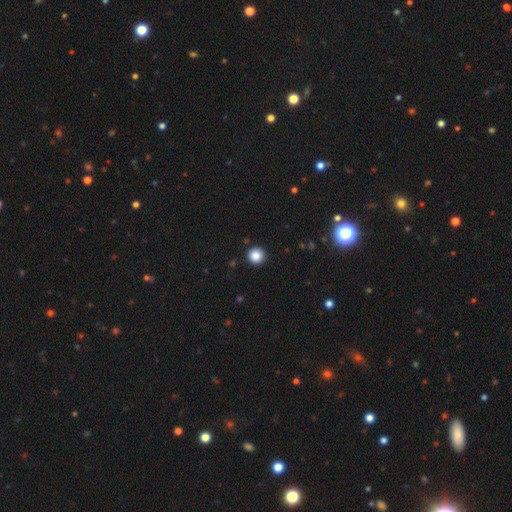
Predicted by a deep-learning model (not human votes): smooth_or_featured: smooth (p=0.87) [alt: star or artifact p=0.10]
how_rounded: round (p=0.96) [alt: in between p=0.03]
merging: none (p=0.93) [alt: minor disturbance p=0.04]